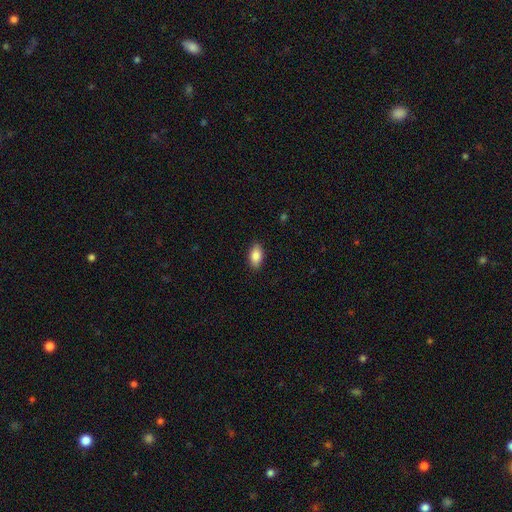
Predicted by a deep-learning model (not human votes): smooth_or_featured: smooth (p=0.87) [alt: star or artifact p=0.07]
how_rounded: in between (p=0.93) [alt: round p=0.04]
merging: none (p=0.89) [alt: minor disturbance p=0.08]